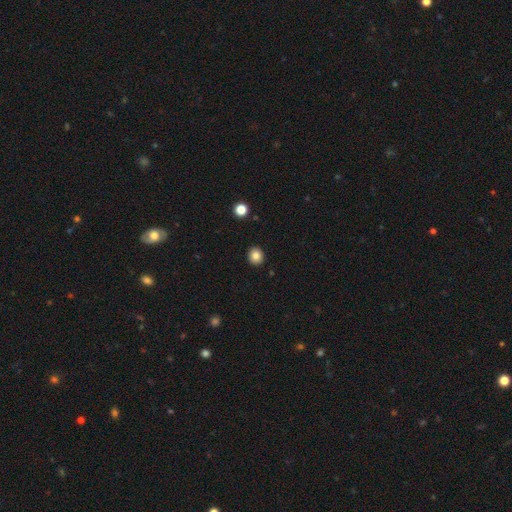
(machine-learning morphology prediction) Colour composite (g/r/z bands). It shows a smooth galaxy with no disk features (84%) that is round (82%). Merging: none (92%).